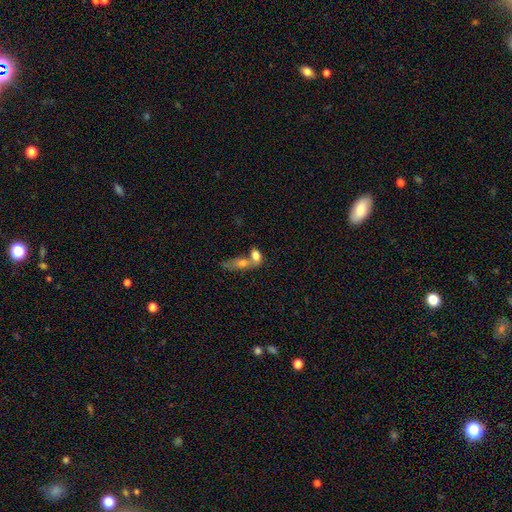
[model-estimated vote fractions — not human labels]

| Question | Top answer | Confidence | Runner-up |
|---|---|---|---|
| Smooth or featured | smooth | 74% | featured or disk (17%) |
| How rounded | in between | 76% | round (18%) |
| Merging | merger | 64% | none (22%) |